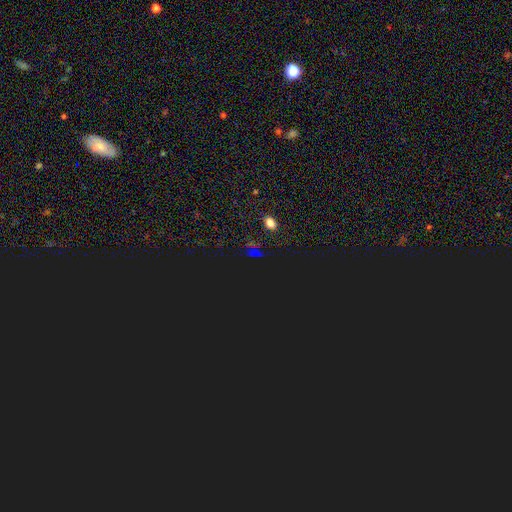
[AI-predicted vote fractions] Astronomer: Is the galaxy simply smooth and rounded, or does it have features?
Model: star or artifact — 69%.